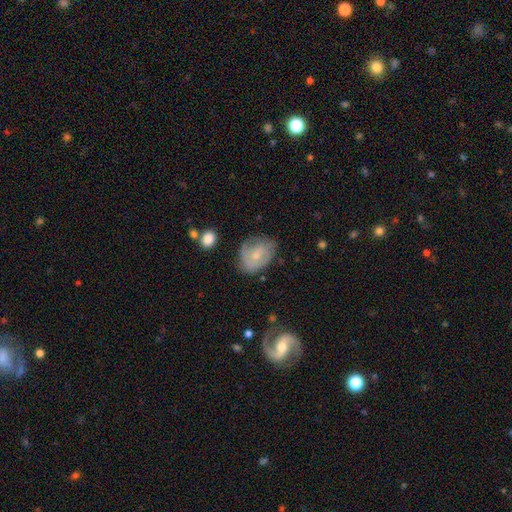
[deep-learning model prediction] Smooth or featured?
  - featured or disk: 56% *
  - smooth: 37%
  - star or artifact: 7%
Edge-on disk?
  - no: 97% *
  - yes: 3%
Bar?
  - no: 64% *
  - weak: 31%
  - strong: 5%
Spiral arms?
  - yes: 79% *
  - no: 21%
Bulge size?
  - small: 63% *
  - moderate: 31%
  - none: 4%
  - large: 1%
  - dominant: 1%
Merging?
  - none: 61% *
  - minor disturbance: 27%
  - major disturbance: 10%
  - merger: 2%